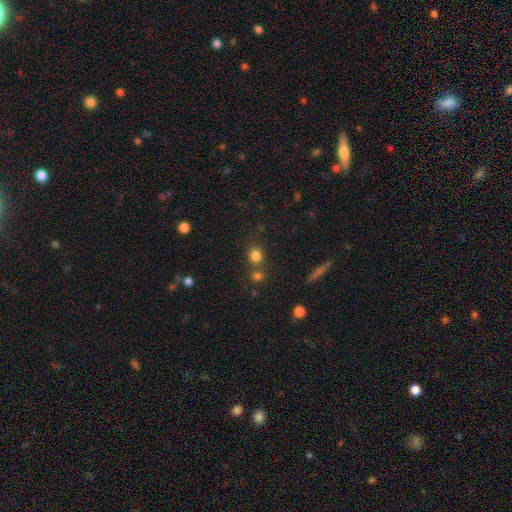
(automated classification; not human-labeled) A smooth galaxy with no disk features (80%) that is round (80%).

Vote fractions:
- Smooth or featured? smooth: 80% / star or artifact: 14% / featured or disk: 6%
- How rounded? round: 80% / in between: 18% / cigar-shaped: 1%
- Merging? none: 66% / merger: 21% / minor disturbance: 9% / major disturbance: 4%